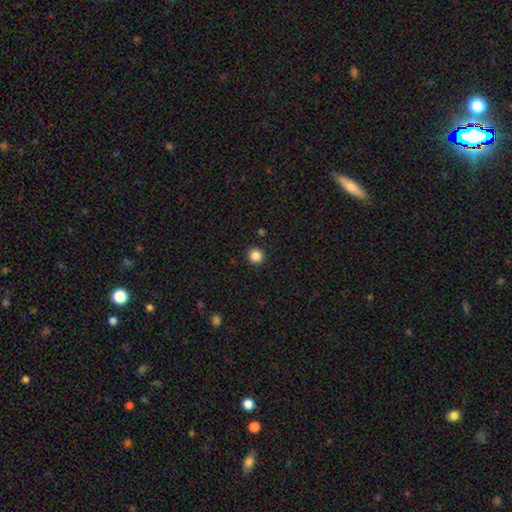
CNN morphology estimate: smooth 86%, star or artifact 11%, featured or disk 3%. Down the decision tree: how rounded — round (95%); merging — none (92%).